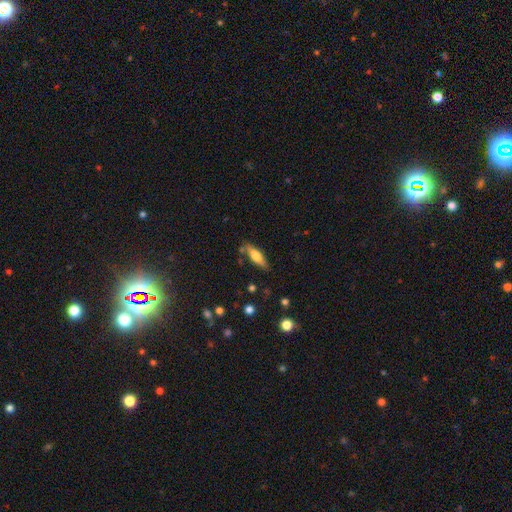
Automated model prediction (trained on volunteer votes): This appears to be a smooth galaxy with no disk features (66%) that is in between round and cigar-shaped (52%). Merging: none (73%).